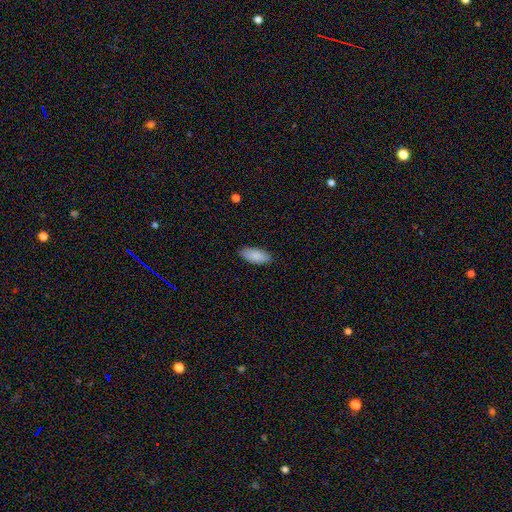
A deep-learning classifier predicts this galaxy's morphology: Overall: smooth (89%). How rounded: in between (87%). Merging: none (87%).